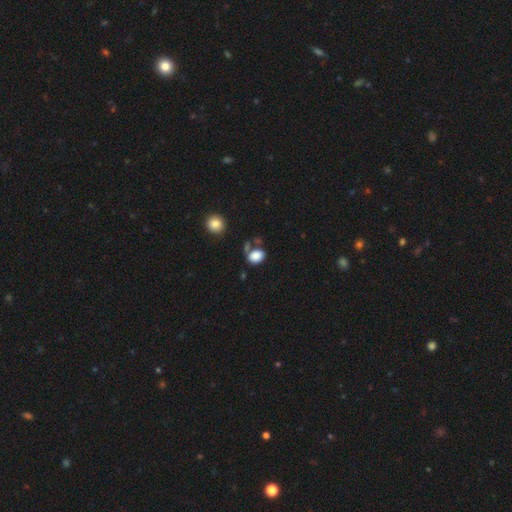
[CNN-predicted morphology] type=smooth (85%); roundness=in between (67%); merging=none (58%).